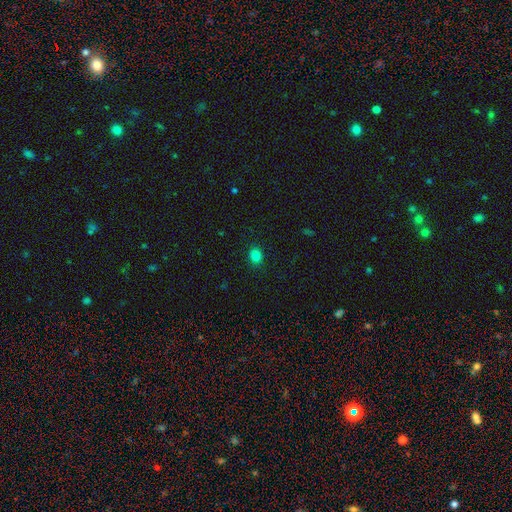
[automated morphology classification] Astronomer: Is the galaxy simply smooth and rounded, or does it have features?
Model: smooth — 83%.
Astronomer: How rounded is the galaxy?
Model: round — 57% (runner-up: in between, 42%).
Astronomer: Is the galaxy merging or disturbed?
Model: none — 89%.